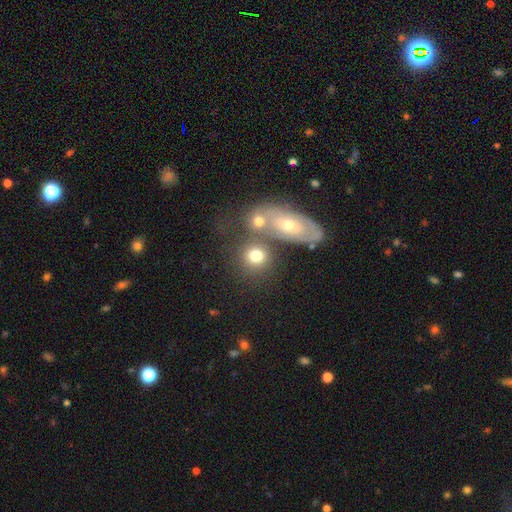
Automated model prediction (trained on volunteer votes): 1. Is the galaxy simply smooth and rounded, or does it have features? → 70% smooth, 18% featured or disk, 12% star or artifact.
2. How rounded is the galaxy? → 78% round, 20% in between, 2% cigar-shaped.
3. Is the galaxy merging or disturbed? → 56% none, 26% merger, 12% minor disturbance, 6% major disturbance.